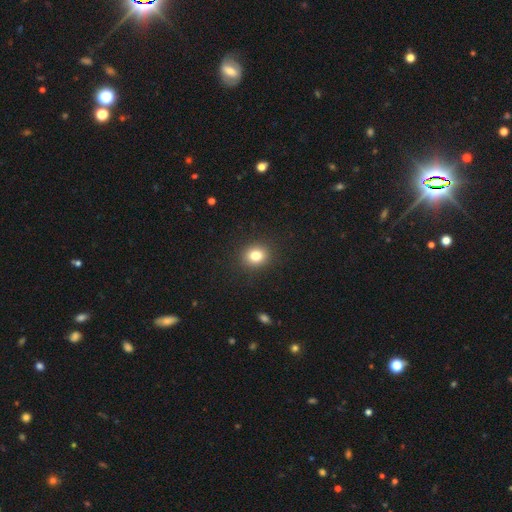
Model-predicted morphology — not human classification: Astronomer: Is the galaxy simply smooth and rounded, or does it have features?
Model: smooth — 81%.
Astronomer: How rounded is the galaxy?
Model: round — 76%.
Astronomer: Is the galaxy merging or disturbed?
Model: none — 91%.